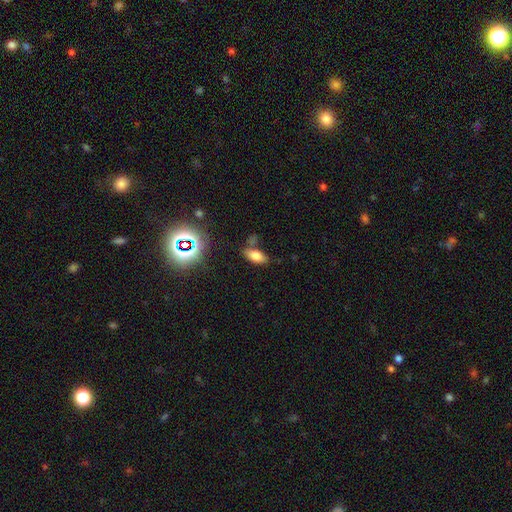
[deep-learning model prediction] Smooth or featured? Predicted: smooth (p=0.72). How rounded? Predicted: in between (p=0.86). Merging? Predicted: none (p=0.70).